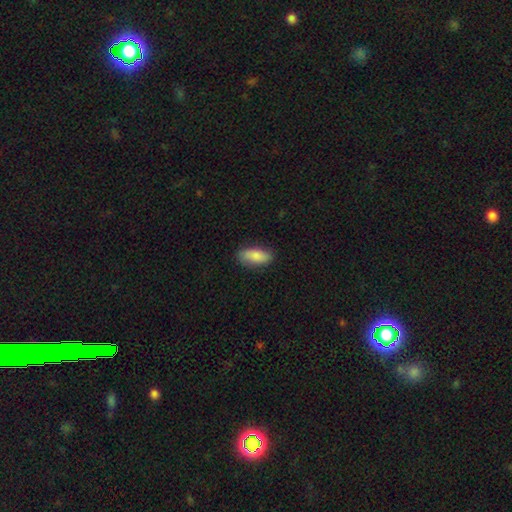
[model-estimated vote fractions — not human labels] Morphology: type=smooth (84%); roundness=in between (85%); merging=none (83%).